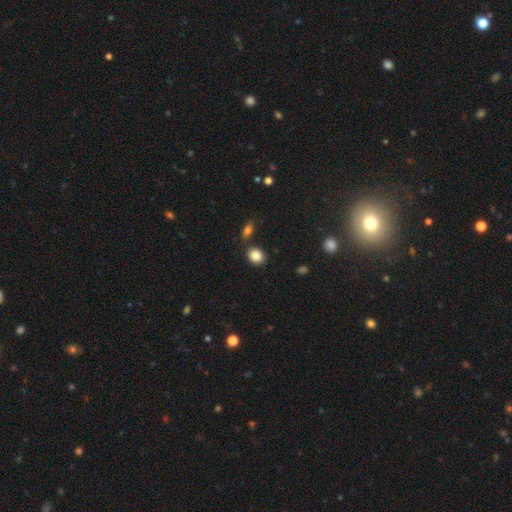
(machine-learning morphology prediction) smooth 84%, star or artifact 9%, featured or disk 6%. Down the decision tree: how rounded — round (55%); merging — none (79%).